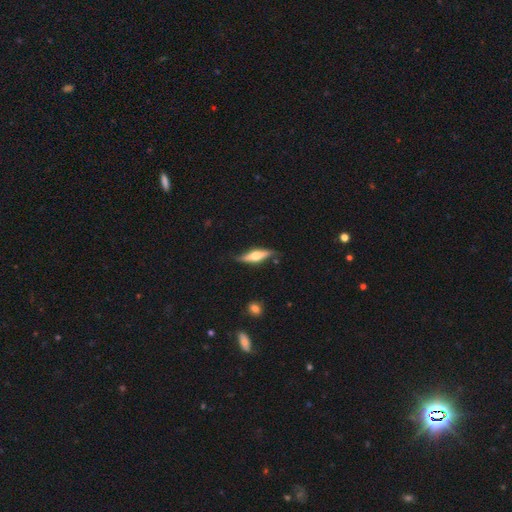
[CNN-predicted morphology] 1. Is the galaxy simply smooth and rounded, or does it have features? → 59% featured or disk, 35% smooth, 6% star or artifact.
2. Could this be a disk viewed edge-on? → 91% yes, 9% no.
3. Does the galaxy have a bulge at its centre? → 90% rounded, 7% boxy, 3% none.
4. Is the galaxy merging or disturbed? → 76% none, 18% minor disturbance, 4% major disturbance, 2% merger.